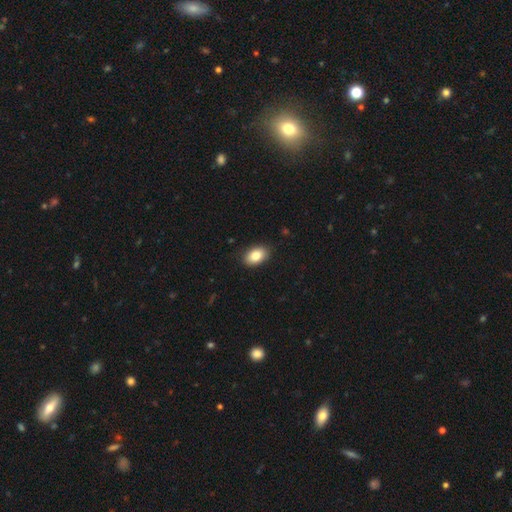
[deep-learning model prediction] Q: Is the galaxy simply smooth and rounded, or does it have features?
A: smooth — 85%.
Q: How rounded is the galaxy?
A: in between — 88%.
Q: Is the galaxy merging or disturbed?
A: none — 88%.